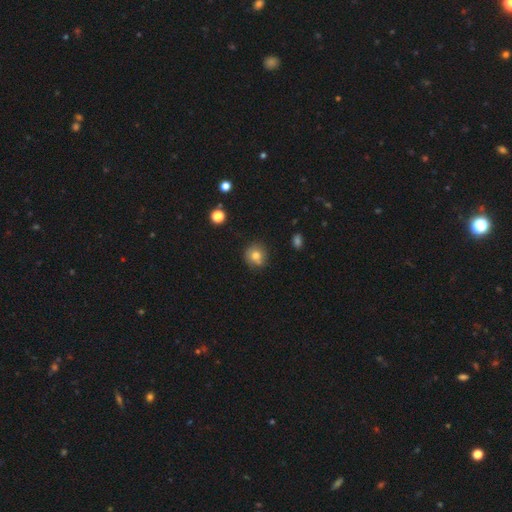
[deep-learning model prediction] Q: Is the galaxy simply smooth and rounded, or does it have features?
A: smooth — 77%.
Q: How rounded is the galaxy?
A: round — 88%.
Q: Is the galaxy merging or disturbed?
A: none — 76%.